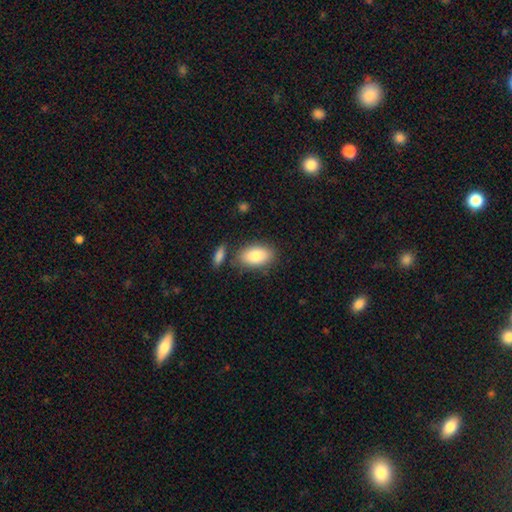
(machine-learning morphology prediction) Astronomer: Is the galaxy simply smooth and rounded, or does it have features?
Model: smooth — 84%.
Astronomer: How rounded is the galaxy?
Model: in between — 92%.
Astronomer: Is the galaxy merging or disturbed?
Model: none — 77%.